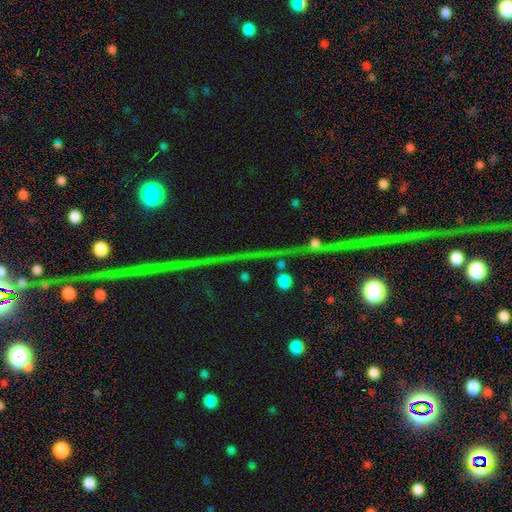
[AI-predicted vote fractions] A star or artifact, not a galaxy (78%).

Vote fractions:
- Smooth or featured? star or artifact: 78% / featured or disk: 14% / smooth: 9%